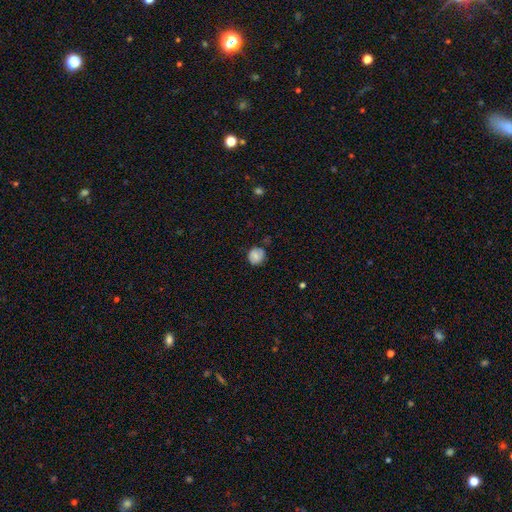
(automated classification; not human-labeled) Smooth or featured? Predicted: smooth (p=0.72). How rounded? Predicted: round (p=0.85). Merging? Predicted: none (p=0.75).